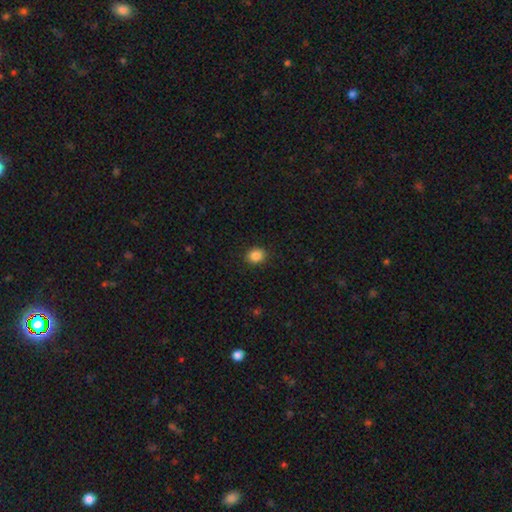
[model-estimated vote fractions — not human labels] smooth 86%, star or artifact 10%, featured or disk 4%. Down the decision tree: how rounded — round (61%); merging — none (90%).